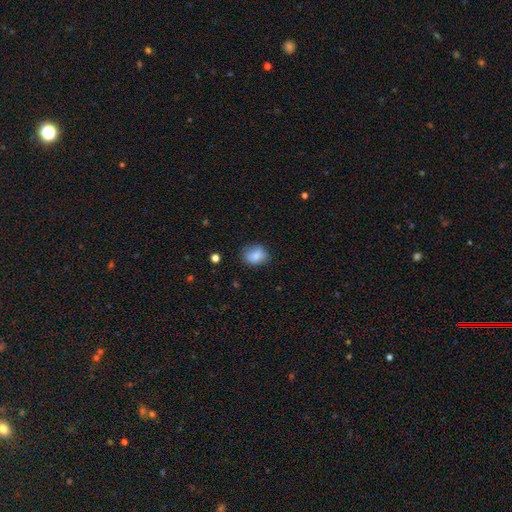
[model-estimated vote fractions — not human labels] Smooth or featured: smooth — 85% (star or artifact — 8%)
How rounded: in between — 57% (round — 42%)
Merging: none — 73% (minor disturbance — 21%)